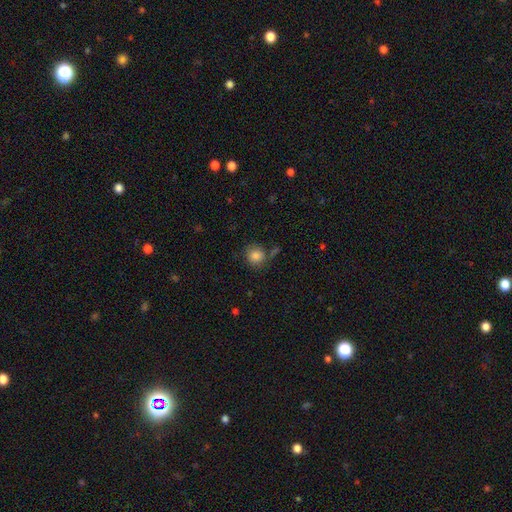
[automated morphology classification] This is clearly a smooth galaxy (84%). How rounded: clearly round (89%). Merging: likely none (71%).